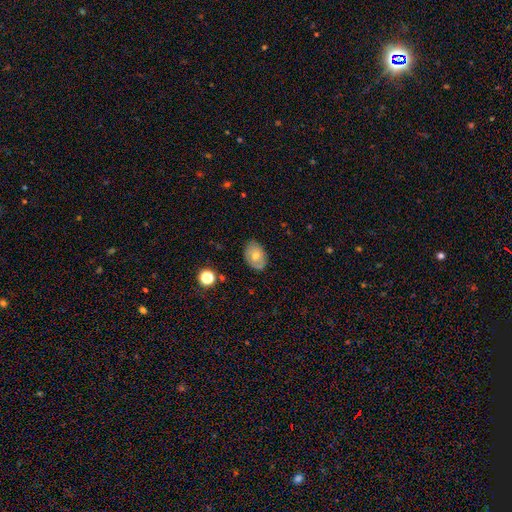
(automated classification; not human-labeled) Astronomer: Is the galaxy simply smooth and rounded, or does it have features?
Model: smooth — 63%.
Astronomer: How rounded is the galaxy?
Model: in between — 81%.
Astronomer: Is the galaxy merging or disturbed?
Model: none — 79%.